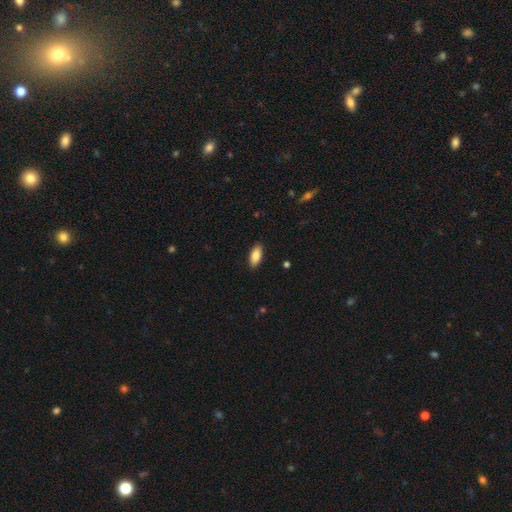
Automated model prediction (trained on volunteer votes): Morphology: type=smooth (87%); roundness=in between (86%); merging=none (88%).